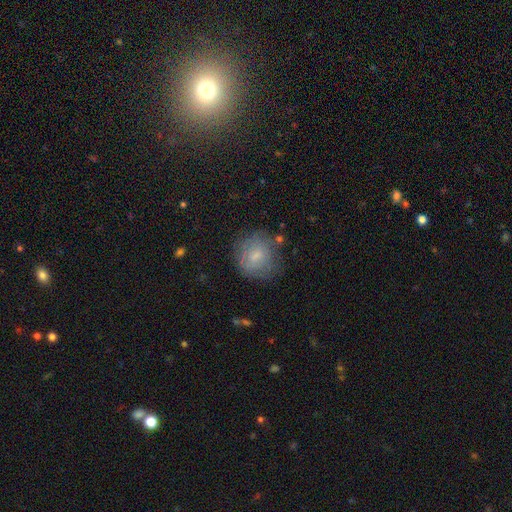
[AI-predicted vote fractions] A smooth galaxy with no disk features (66%) that is round (80%).

Vote fractions:
- Smooth or featured? smooth: 66% / featured or disk: 25% / star or artifact: 9%
- How rounded? round: 80% / in between: 19% / cigar-shaped: 1%
- Merging? none: 67% / minor disturbance: 21% / major disturbance: 9% / merger: 3%